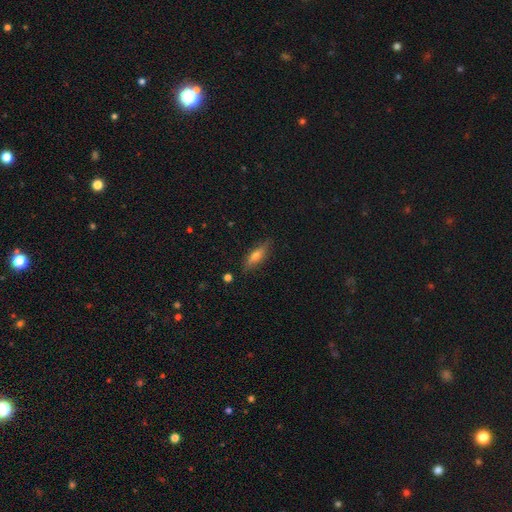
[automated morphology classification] The model was most divided on "how rounded": cigar-shaped: 56%, in between: 41%, round: 3%. More confident: merging — none (82%); smooth or featured — smooth (54%).